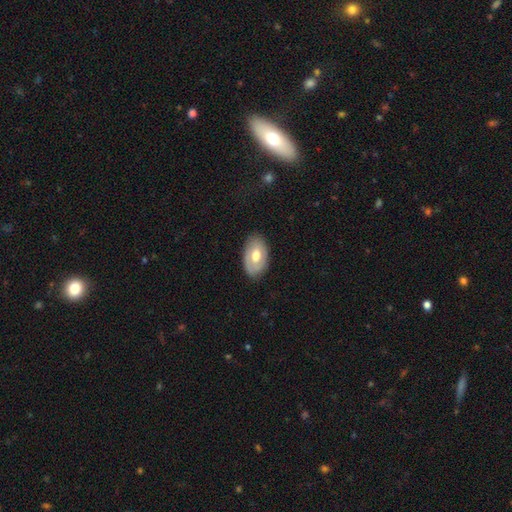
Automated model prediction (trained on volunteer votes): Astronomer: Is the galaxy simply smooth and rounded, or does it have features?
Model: smooth — 54% (runner-up: featured or disk, 40%).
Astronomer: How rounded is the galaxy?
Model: in between — 92%.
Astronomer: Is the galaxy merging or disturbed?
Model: none — 81%.